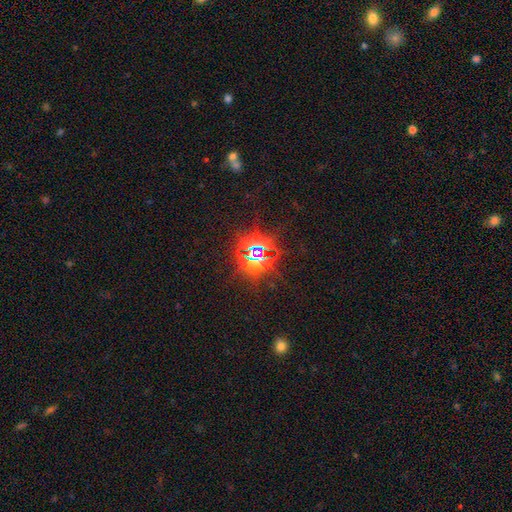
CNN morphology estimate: type=star or artifact (83%).